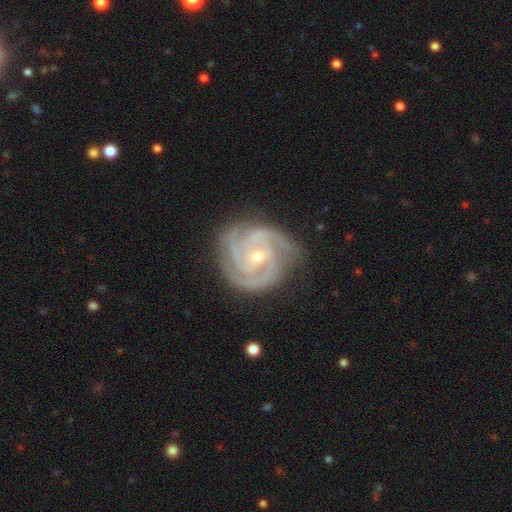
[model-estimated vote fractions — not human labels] smooth_or_featured: featured or disk (p=0.93) [alt: star or artifact p=0.04]
disk_edge_on: no (p=0.98) [alt: yes p=0.02]
bar: no (p=0.59) [alt: weak p=0.30]
has_spiral_arms: yes (p=0.99) [alt: no p=0.01]
spiral_winding: tight (p=0.71) [alt: medium p=0.26]
spiral_arm_count: 3 (p=0.61) [alt: 4 p=0.18]
bulge_size: small (p=0.68) [alt: moderate p=0.29]
merging: none (p=0.78) [alt: minor disturbance p=0.17]